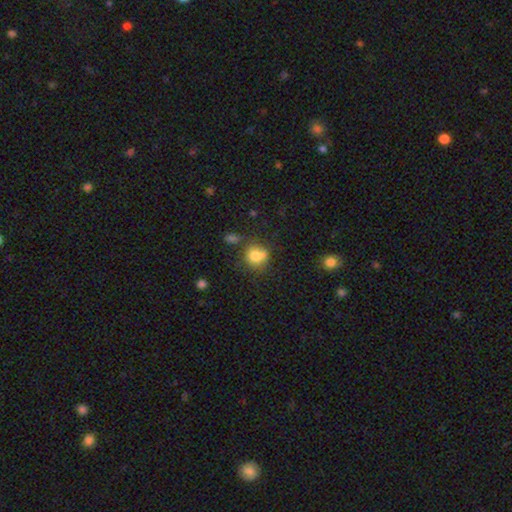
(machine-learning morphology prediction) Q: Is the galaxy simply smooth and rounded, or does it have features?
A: smooth — 78%.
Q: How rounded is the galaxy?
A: round — 76%.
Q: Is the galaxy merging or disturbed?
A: none — 49%.